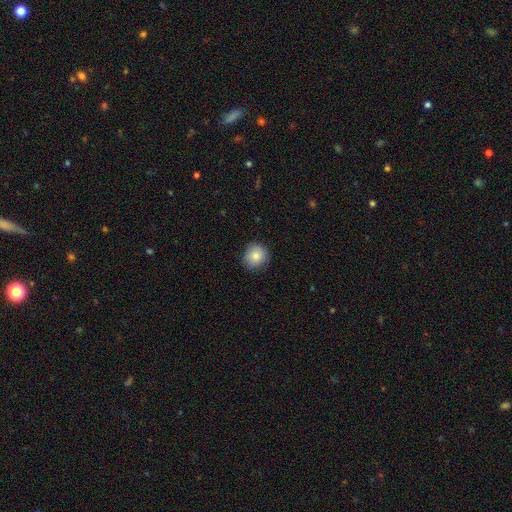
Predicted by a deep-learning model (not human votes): smooth 84%, star or artifact 8%, featured or disk 7%. Down the decision tree: how rounded — round (91%); merging — none (84%).